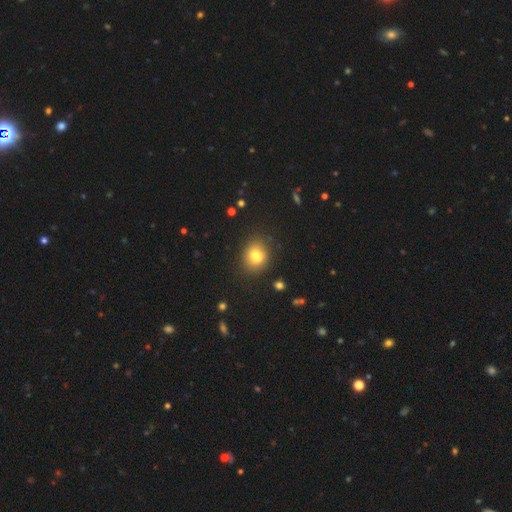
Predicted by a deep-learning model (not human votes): A smooth galaxy with no disk features (71%) that is round (66%).

Vote fractions:
- Smooth or featured? smooth: 71% / featured or disk: 16% / star or artifact: 13%
- How rounded? round: 66% / in between: 33% / cigar-shaped: 1%
- Merging? none: 56% / merger: 27% / minor disturbance: 13% / major disturbance: 4%